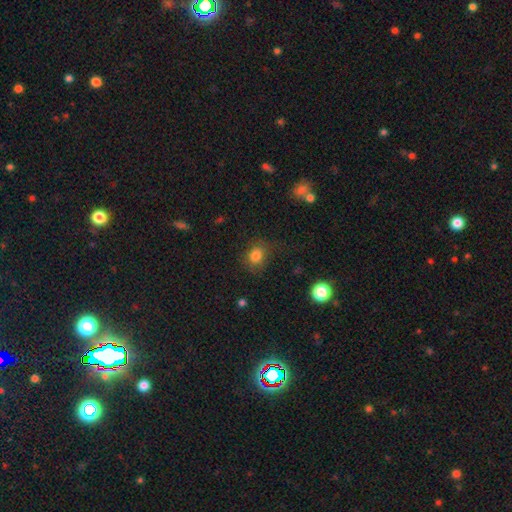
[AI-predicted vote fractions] The model was most divided on "how rounded": round: 70%, in between: 29%, cigar-shaped: 1%. More confident: smooth or featured — smooth (81%); merging — none (70%).